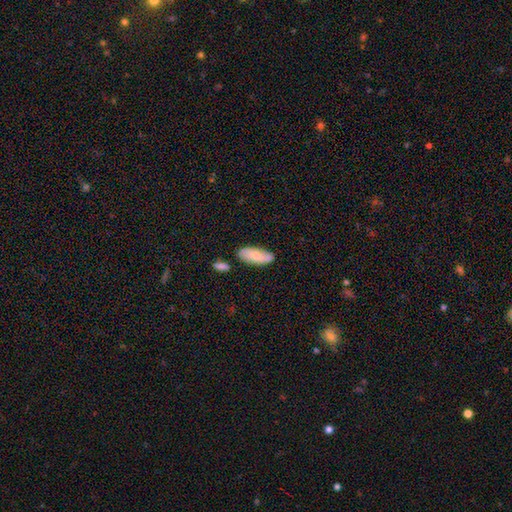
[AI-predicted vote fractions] A smooth galaxy with no disk features (66%) that is in between round and cigar-shaped (82%).

Vote fractions:
- Smooth or featured? smooth: 66% / featured or disk: 28% / star or artifact: 6%
- How rounded? in between: 82% / cigar-shaped: 15% / round: 2%
- Merging? none: 74% / minor disturbance: 17% / merger: 5% / major disturbance: 3%